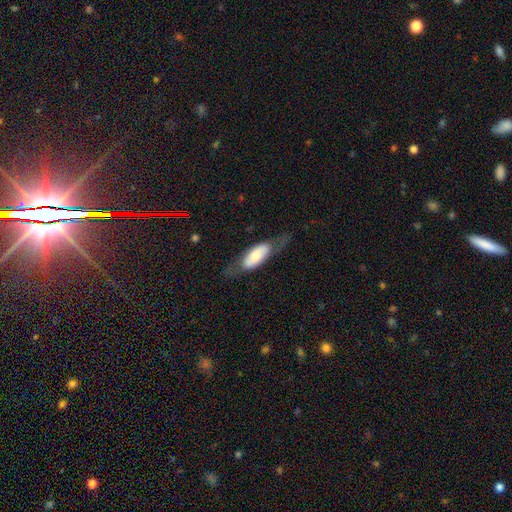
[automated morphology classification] smooth_or_featured: smooth (p=0.49) [alt: featured or disk p=0.46]
merging: none (p=0.59) [alt: minor disturbance p=0.21]